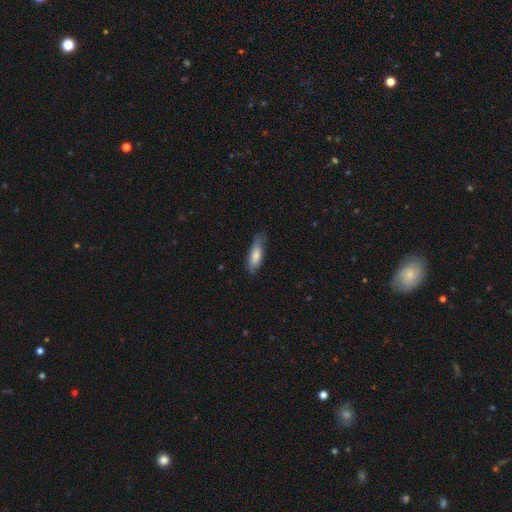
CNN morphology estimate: smooth 75%, featured or disk 19%, star or artifact 6%. Down the decision tree: how rounded — in between (56%); merging — none (61%).